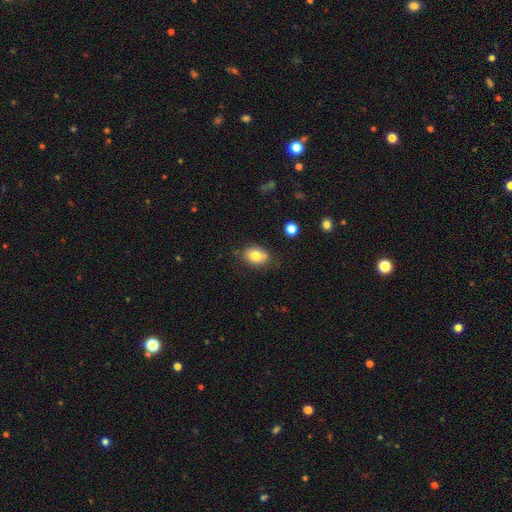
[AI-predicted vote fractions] This appears to be a smooth galaxy with no disk features (79%) that is in between round and cigar-shaped (66%). Merging: none (69%).